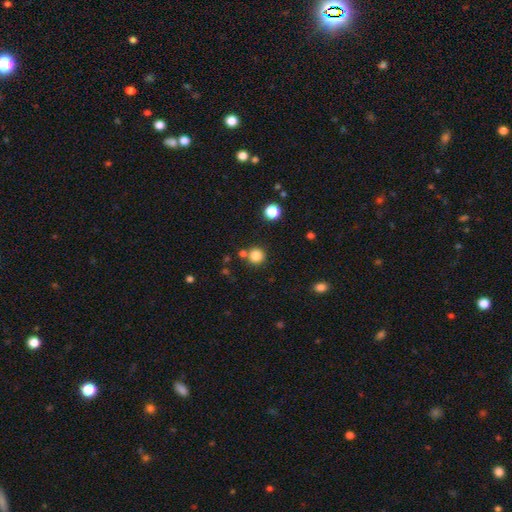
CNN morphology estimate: The model was most divided on "merging": none: 77%, merger: 12%, minor disturbance: 8%, major disturbance: 3%. More confident: how rounded — round (93%); smooth or featured — smooth (84%).